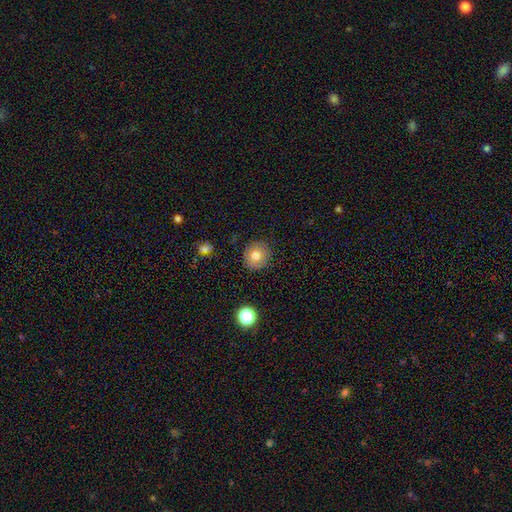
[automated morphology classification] smooth 74%, featured or disk 15%, star or artifact 11%. Down the decision tree: how rounded — round (90%); merging — none (85%).